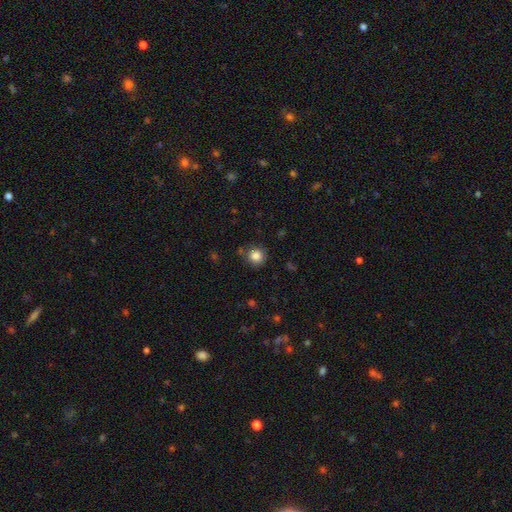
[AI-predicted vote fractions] The model was most divided on "merging": none: 82%, minor disturbance: 12%, major disturbance: 3%, merger: 3%. More confident: how rounded — round (91%); smooth or featured — smooth (85%).